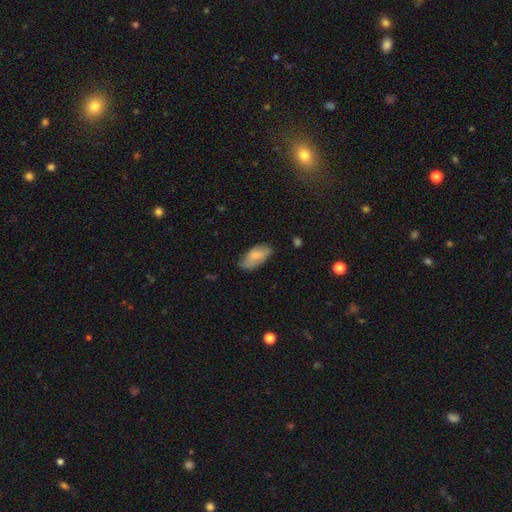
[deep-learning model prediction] smooth_or_featured: smooth (p=0.79) [alt: featured or disk p=0.15]
how_rounded: in between (p=0.92) [alt: cigar-shaped p=0.05]
merging: none (p=0.65) [alt: minor disturbance p=0.29]